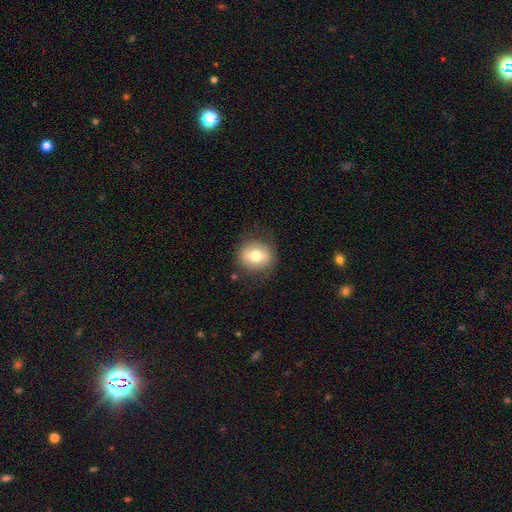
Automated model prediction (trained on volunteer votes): This is likely a smooth galaxy (69%). How rounded: likely round (76%). Merging: clearly none (80%).